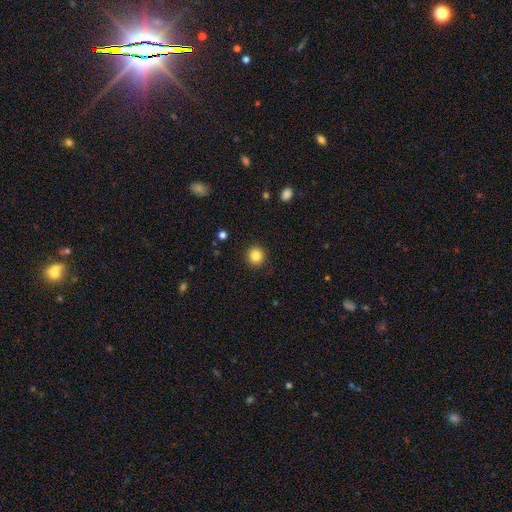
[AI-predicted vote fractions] Smooth or featured? smooth (84%)
How rounded? round (94%)
Merging? none (91%)